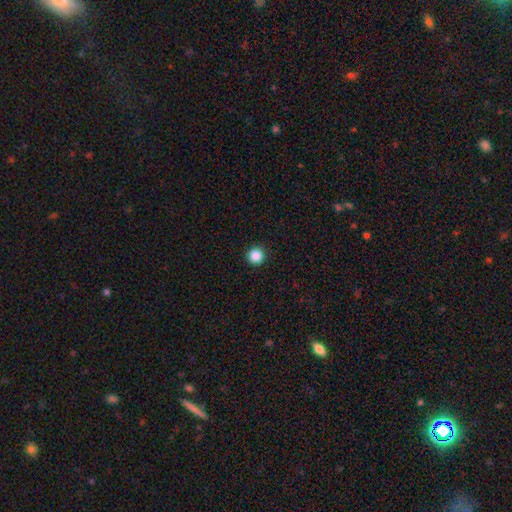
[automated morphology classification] This is clearly a smooth galaxy (87%). How rounded: clearly round (97%). Merging: clearly none (93%).